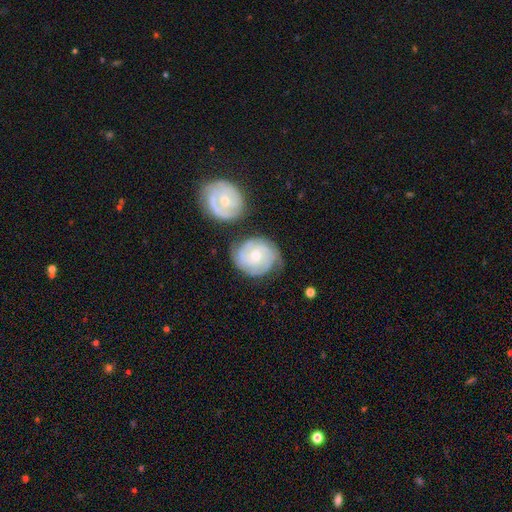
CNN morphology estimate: Smooth or featured? featured or disk (76%)
Edge-on disk? no (98%)
Bar? no (69%)
Spiral arms? yes (94%)
Spiral winding? tight (66%)
Spiral arm count? 3 (37%)
Bulge size? moderate (51%)
Merging? none (65%)